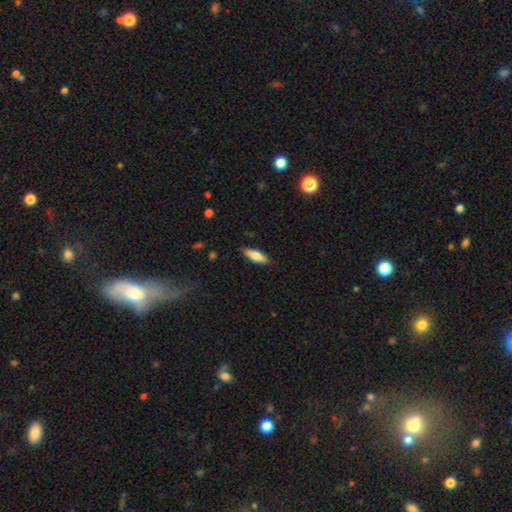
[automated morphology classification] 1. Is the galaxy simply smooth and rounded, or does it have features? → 73% smooth, 21% featured or disk, 6% star or artifact.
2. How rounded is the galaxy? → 52% in between, 46% cigar-shaped, 2% round.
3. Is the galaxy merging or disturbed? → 84% none, 12% minor disturbance, 2% major disturbance, 1% merger.